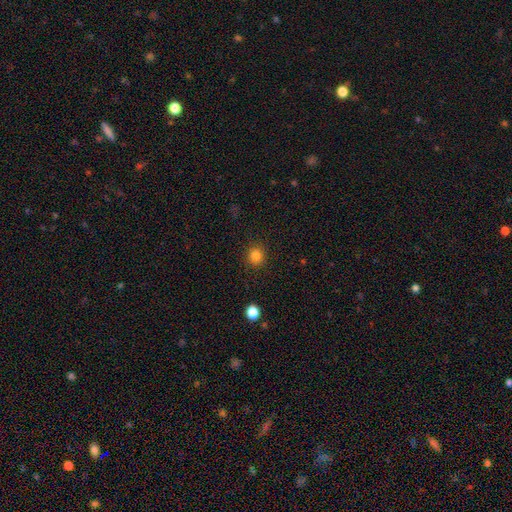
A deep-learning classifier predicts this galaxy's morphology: Smooth or featured: smooth — 83% (star or artifact — 13%)
How rounded: round — 90% (in between — 9%)
Merging: none — 92% (minor disturbance — 5%)